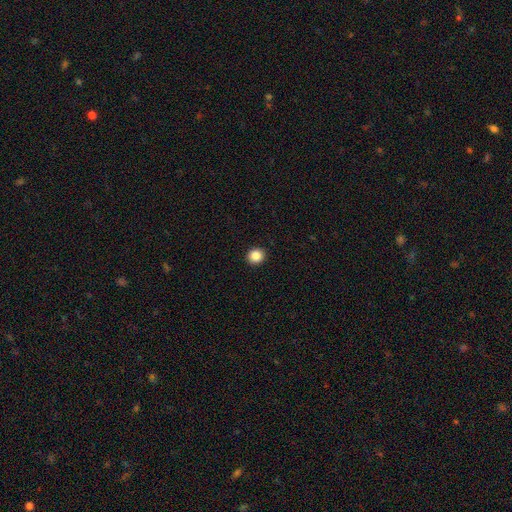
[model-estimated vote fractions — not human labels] smooth_or_featured: smooth (p=0.86) [alt: star or artifact p=0.10]
how_rounded: round (p=0.85) [alt: in between p=0.14]
merging: none (p=0.93) [alt: minor disturbance p=0.05]